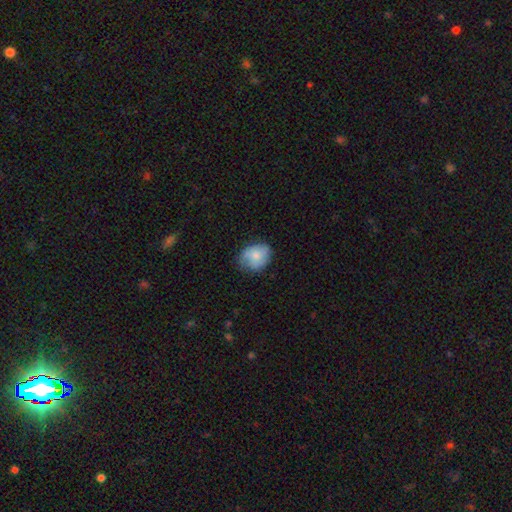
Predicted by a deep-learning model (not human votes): Smooth or featured?
  - smooth: 73% *
  - featured or disk: 20%
  - star or artifact: 7%
How rounded?
  - in between: 53% *
  - round: 46%
  - cigar-shaped: 1%
Merging?
  - none: 63% *
  - minor disturbance: 28%
  - major disturbance: 7%
  - merger: 1%